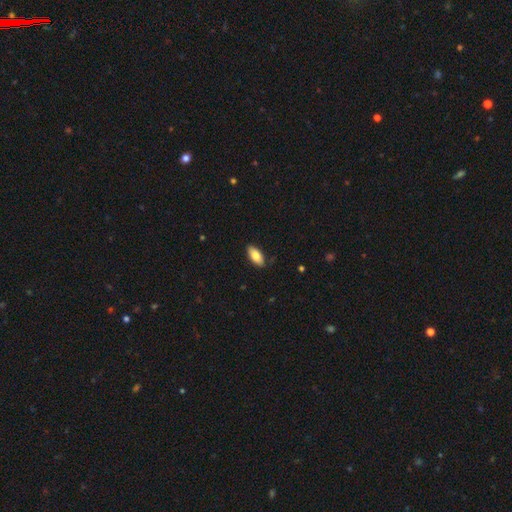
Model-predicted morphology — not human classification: smooth_or_featured: smooth (p=0.80) [alt: featured or disk p=0.14]
how_rounded: in between (p=0.89) [alt: cigar-shaped p=0.09]
merging: none (p=0.87) [alt: minor disturbance p=0.10]